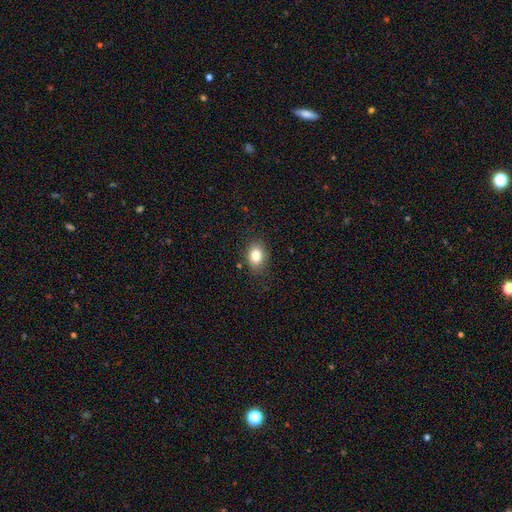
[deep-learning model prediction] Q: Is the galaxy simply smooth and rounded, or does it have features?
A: smooth — 83%.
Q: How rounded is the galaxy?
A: in between — 67%.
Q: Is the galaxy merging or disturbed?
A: none — 83%.